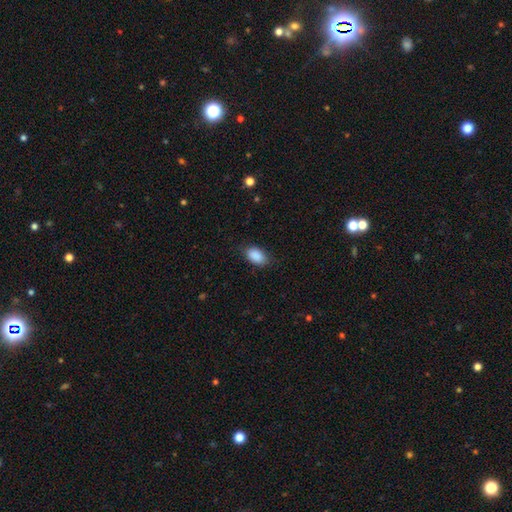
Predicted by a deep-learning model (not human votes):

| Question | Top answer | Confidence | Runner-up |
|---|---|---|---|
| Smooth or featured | smooth | 90% | star or artifact (7%) |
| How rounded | in between | 91% | round (7%) |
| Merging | none | 82% | minor disturbance (14%) |